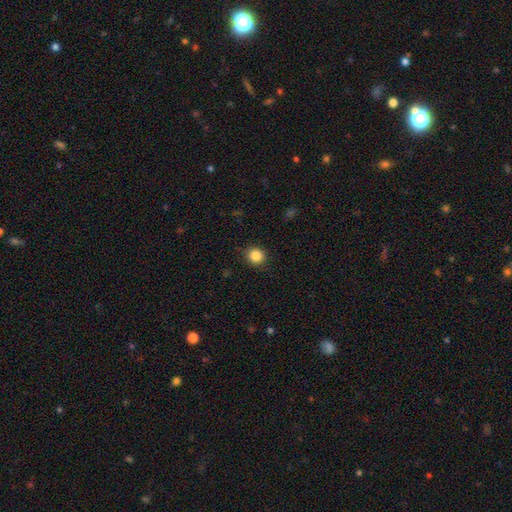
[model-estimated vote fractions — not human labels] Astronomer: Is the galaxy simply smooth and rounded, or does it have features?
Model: smooth — 86%.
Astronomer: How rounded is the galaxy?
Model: round — 91%.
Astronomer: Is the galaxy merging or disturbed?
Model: none — 89%.